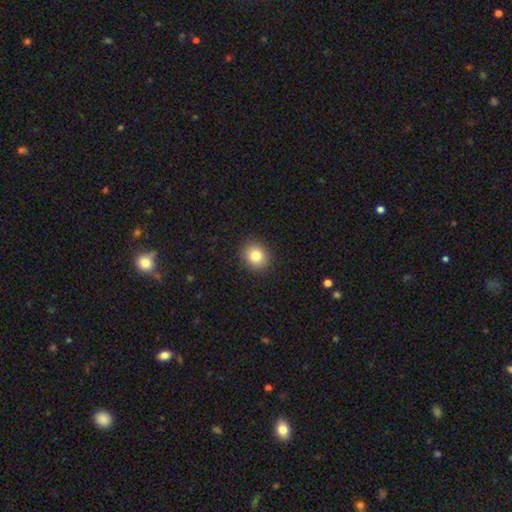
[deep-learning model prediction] Overall: smooth (83%). How rounded: round (76%). Merging: none (90%).